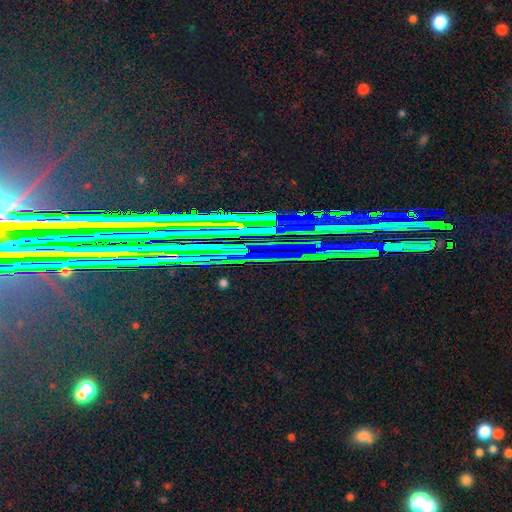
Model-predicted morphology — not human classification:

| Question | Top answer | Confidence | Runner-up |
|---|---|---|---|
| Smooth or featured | star or artifact | 83% | featured or disk (10%) |